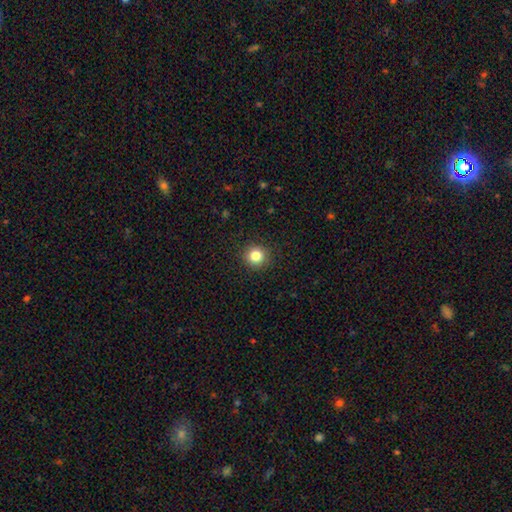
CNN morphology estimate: This is clearly a smooth galaxy (83%). How rounded: clearly round (93%). Merging: clearly none (92%).